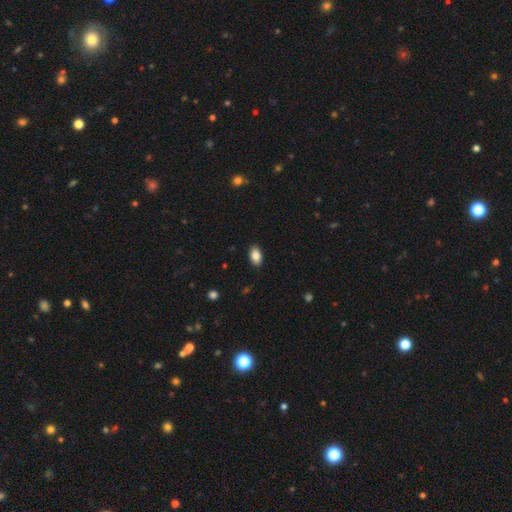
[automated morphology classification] Smooth or featured? Predicted: smooth (p=0.86). How rounded? Predicted: in between (p=0.92). Merging? Predicted: none (p=0.89).